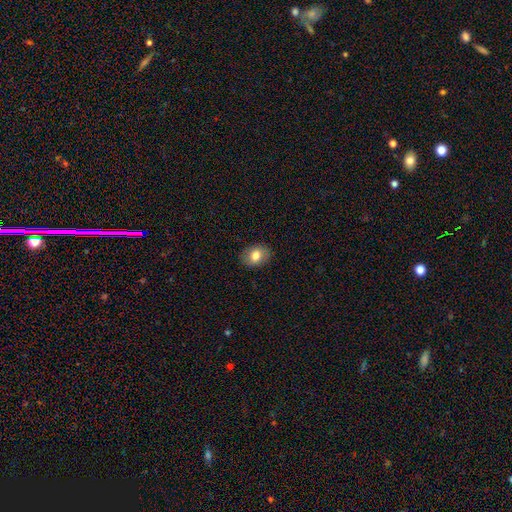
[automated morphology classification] Smooth or featured? smooth (79%)
How rounded? in between (61%)
Merging? none (88%)